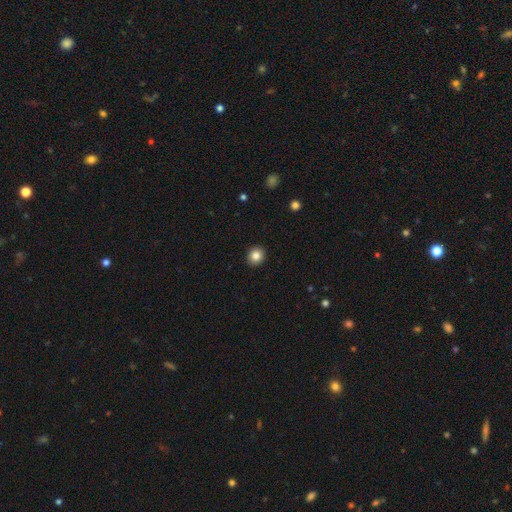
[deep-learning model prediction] A smooth galaxy with no disk features (84%) that is round (81%).

Vote fractions:
- Smooth or featured? smooth: 84% / star or artifact: 10% / featured or disk: 6%
- How rounded? round: 81% / in between: 18% / cigar-shaped: 1%
- Merging? none: 92% / minor disturbance: 5% / major disturbance: 2% / merger: 1%